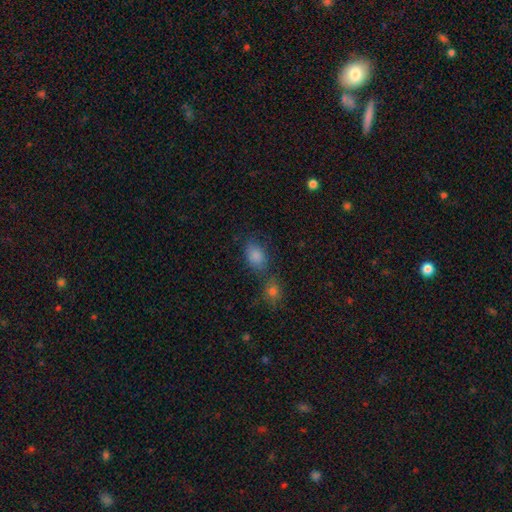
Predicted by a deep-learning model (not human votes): A smooth galaxy with no disk features (80%) that is in between round and cigar-shaped (77%).

Vote fractions:
- Smooth or featured? smooth: 80% / star or artifact: 14% / featured or disk: 7%
- How rounded? in between: 77% / round: 21% / cigar-shaped: 2%
- Merging? none: 57% / merger: 24% / minor disturbance: 14% / major disturbance: 5%